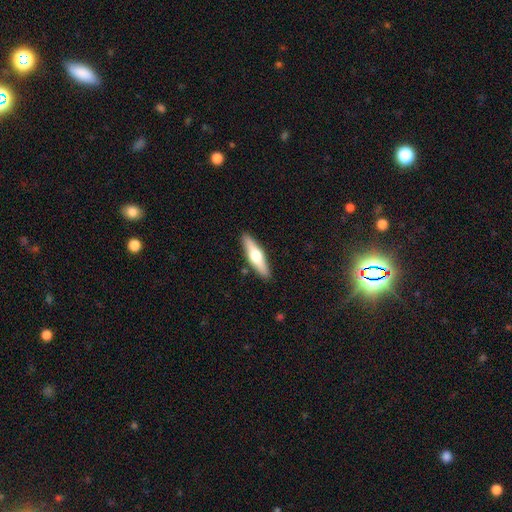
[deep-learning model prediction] This appears to be a featured or disk galaxy (49%). Merging: none (89%).